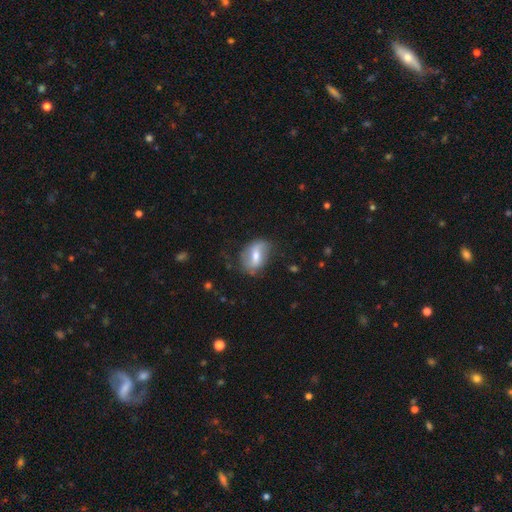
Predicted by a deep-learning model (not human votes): Overall: featured or disk (53%; smooth 40%). Edge-on disk: no (93%). Merging: none (68%).